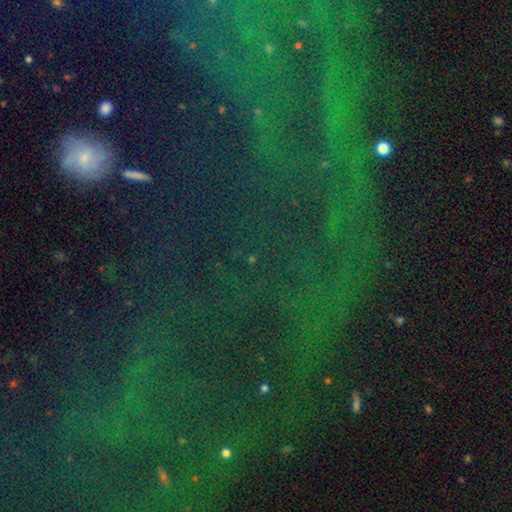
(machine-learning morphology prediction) smooth_or_featured: star or artifact (p=0.78) [alt: smooth p=0.12]